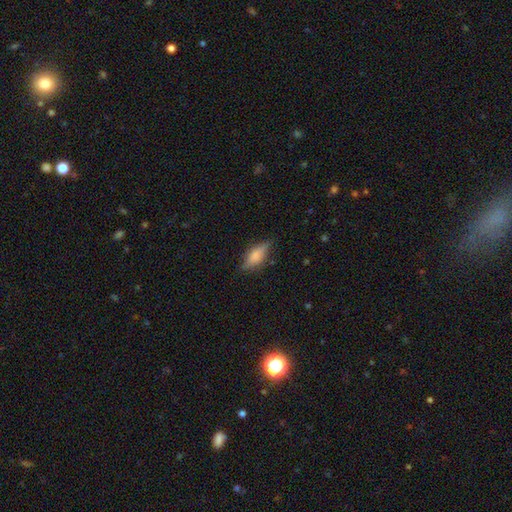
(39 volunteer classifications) smooth_or_featured: smooth (p=0.74) [alt: featured or disk p=0.18]
how_rounded: in between (p=0.83) [alt: cigar-shaped p=0.17]
merging: none (p=0.64) [alt: minor disturbance p=0.28]